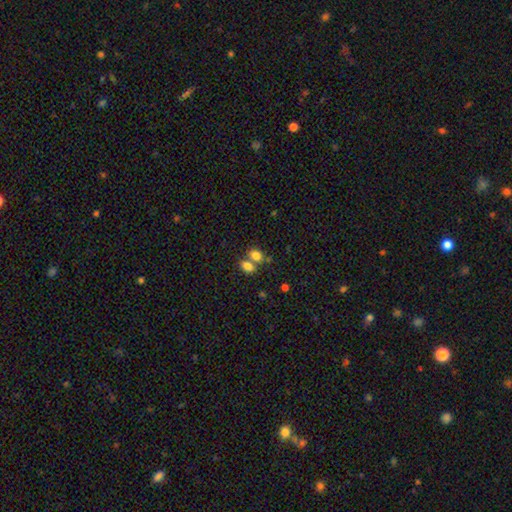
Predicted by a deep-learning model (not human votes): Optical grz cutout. It shows a smooth galaxy with no disk features (80%) that is in between round and cigar-shaped (71%). Merging: merger (50%).